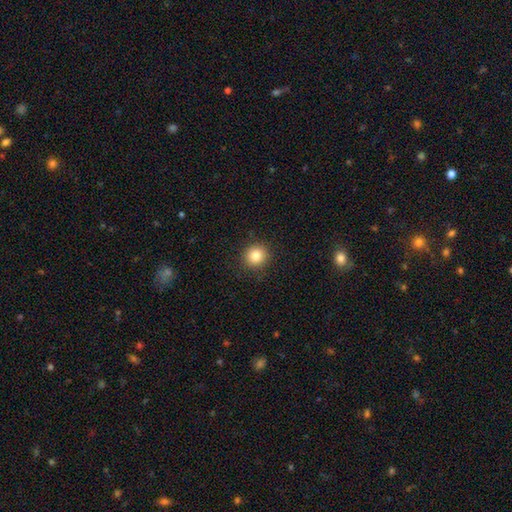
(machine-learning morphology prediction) The model was most divided on "smooth or featured": smooth: 83%, star or artifact: 11%, featured or disk: 6%. More confident: how rounded — round (91%); merging — none (90%).